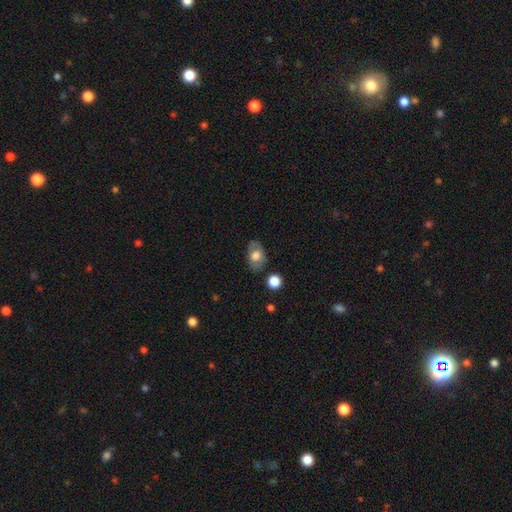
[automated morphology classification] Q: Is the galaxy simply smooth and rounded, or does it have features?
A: smooth — 64%.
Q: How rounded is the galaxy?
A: in between — 84%.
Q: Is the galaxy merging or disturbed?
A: none — 76%.